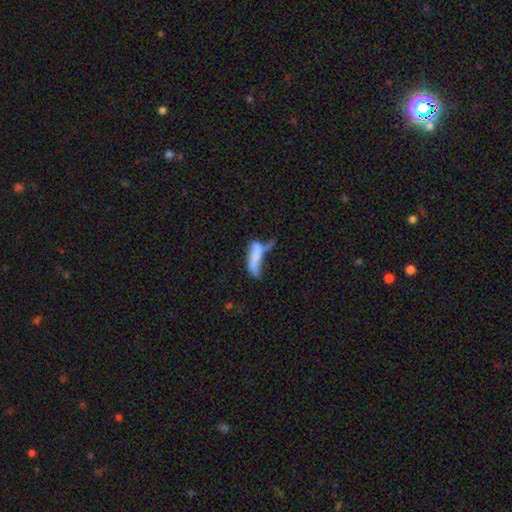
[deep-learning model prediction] Morphology: type=smooth (58%); roundness=cigar-shaped (54%); merging=major disturbance (33%).